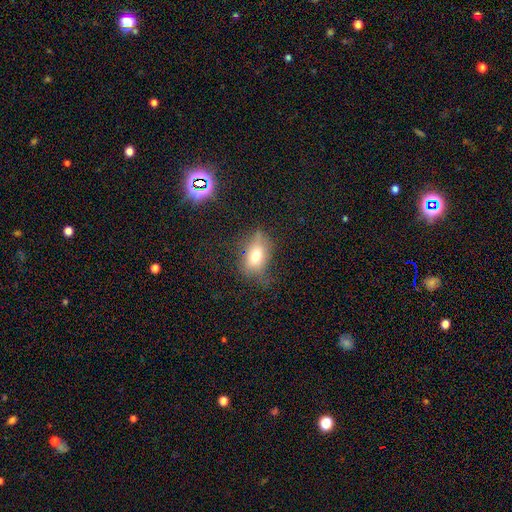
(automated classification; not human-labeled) This appears to be a smooth galaxy with no disk features (68%) that is in between round and cigar-shaped (78%). Merging: none (55%).